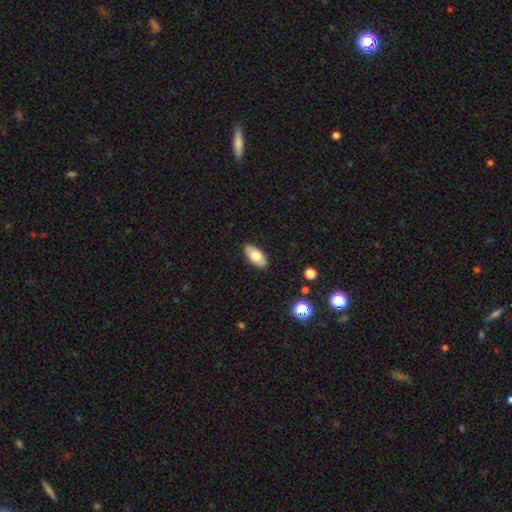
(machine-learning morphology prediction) Smooth or featured: smooth — 72% (featured or disk — 21%)
How rounded: in between — 92% (cigar-shaped — 5%)
Merging: none — 88% (minor disturbance — 9%)